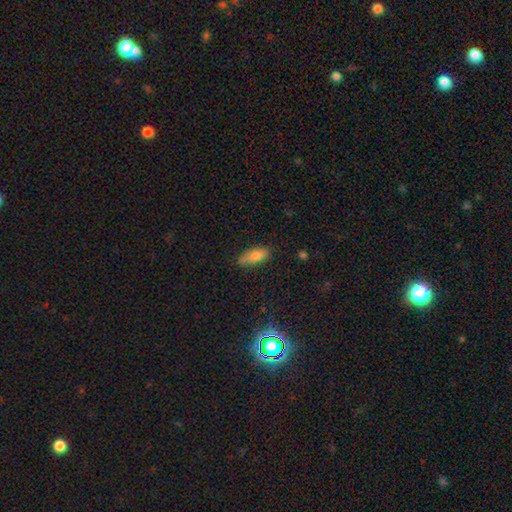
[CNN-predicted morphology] A smooth galaxy with no disk features (78%) that is in between round and cigar-shaped (71%).

Vote fractions:
- Smooth or featured? smooth: 78% / featured or disk: 12% / star or artifact: 10%
- How rounded? in between: 71% / cigar-shaped: 26% / round: 3%
- Merging? none: 76% / minor disturbance: 19% / major disturbance: 4% / merger: 2%